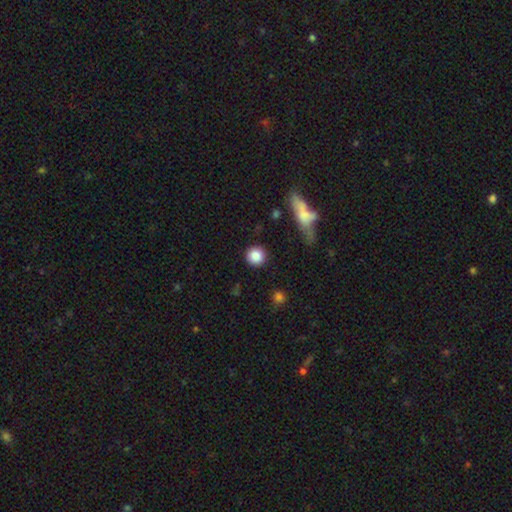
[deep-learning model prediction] smooth 85%, star or artifact 9%, featured or disk 6%. Down the decision tree: how rounded — round (93%); merging — none (89%).